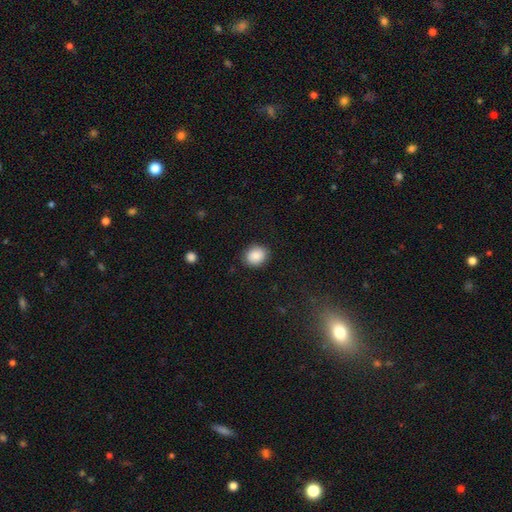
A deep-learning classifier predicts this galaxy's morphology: The model was most divided on "how rounded": round: 65%, in between: 35%, cigar-shaped: 1%. More confident: smooth or featured — smooth (88%); merging — none (88%).